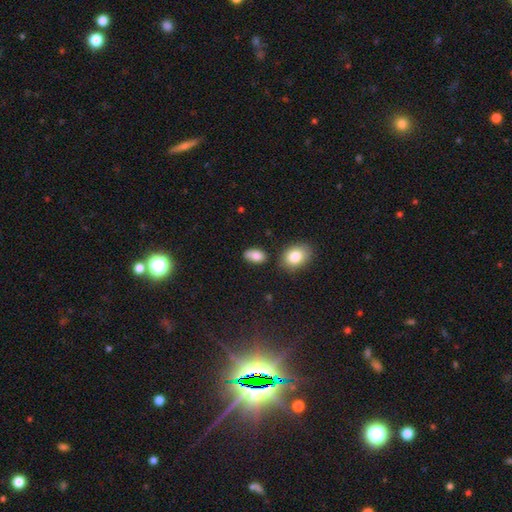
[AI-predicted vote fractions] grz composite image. It shows a smooth galaxy with no disk features (84%) that is in between round and cigar-shaped (91%). Merging: none (71%).